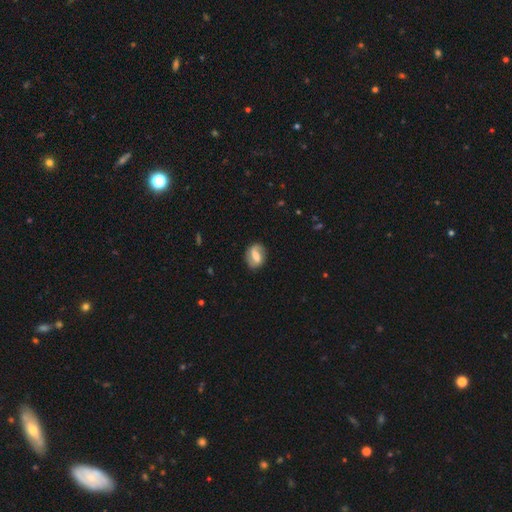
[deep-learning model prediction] Morphology: type=featured or disk (59%); edge-on=no (96%); bar=strong (45%); spiral arms=yes (80%); bulge=moderate (40%); merging=none (79%).